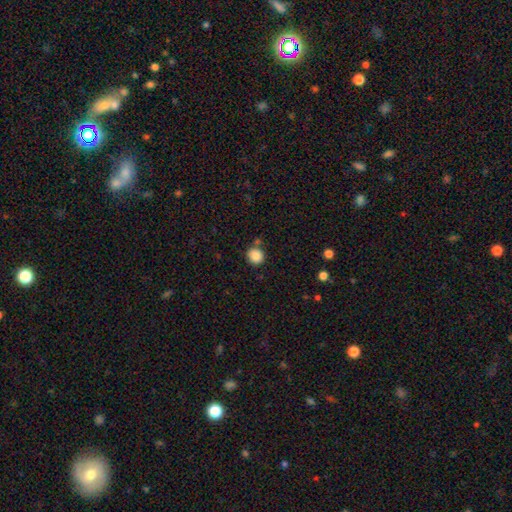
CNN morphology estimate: smooth-or-featured: smooth: 87% | star or artifact: 10% | featured or disk: 4%
  how-rounded: round: 87% | in between: 12% | cigar-shaped: 1%
  merging: none: 78% | minor disturbance: 10% | merger: 9% | major disturbance: 3%